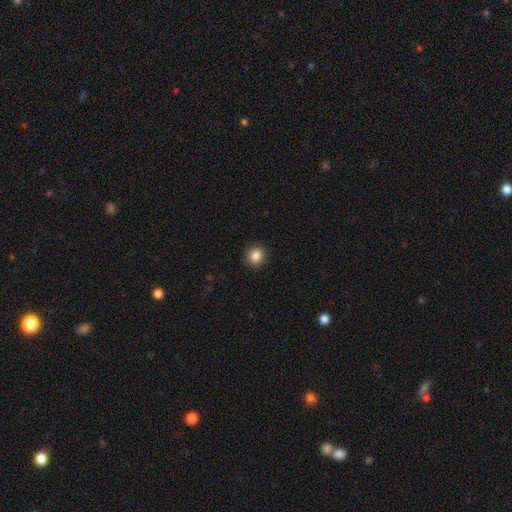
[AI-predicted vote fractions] Smooth or featured? Predicted: smooth (p=0.85). How rounded? Predicted: round (p=0.89). Merging? Predicted: none (p=0.92).